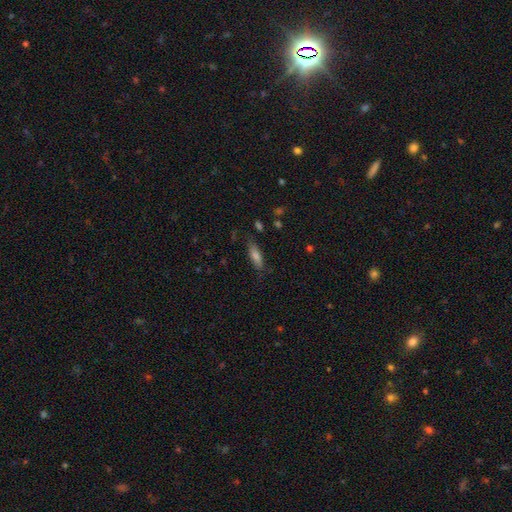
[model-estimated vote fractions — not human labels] This appears to be a smooth galaxy with no disk features (69%) that is in between round and cigar-shaped (50%). Merging: none (76%).